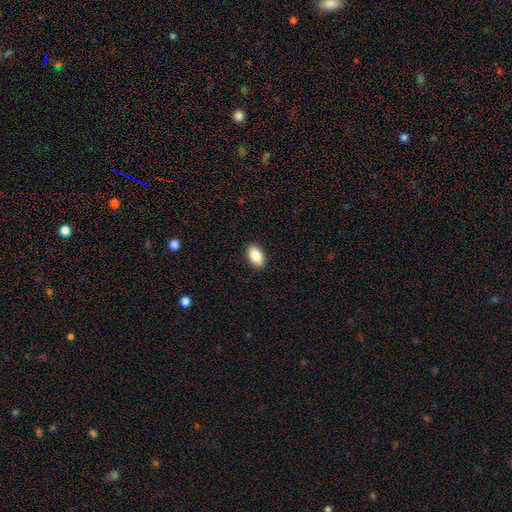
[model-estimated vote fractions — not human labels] This appears to be a smooth galaxy with no disk features (89%) that is in between round and cigar-shaped (93%). Merging: none (90%).